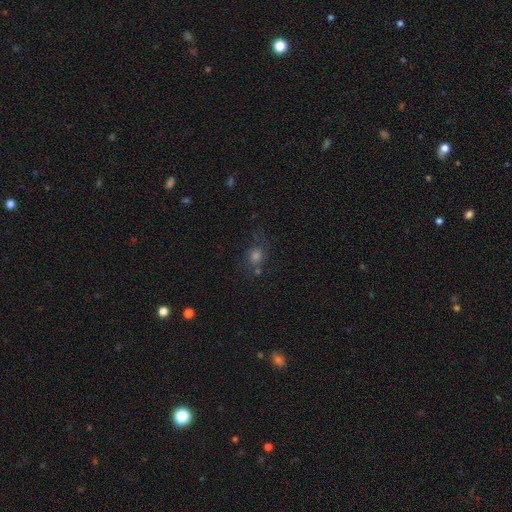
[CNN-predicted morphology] The model was most divided on "smooth or featured": smooth: 60%, star or artifact: 28%, featured or disk: 13%. More confident: how rounded — round (76%); merging — none (66%).